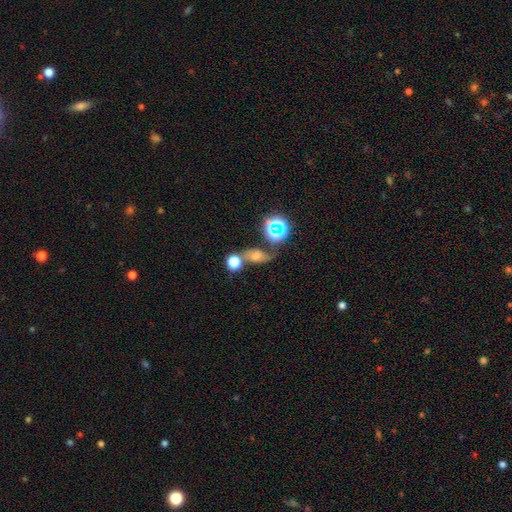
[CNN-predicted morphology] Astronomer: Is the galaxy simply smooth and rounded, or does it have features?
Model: smooth — 39% (runner-up: star or artifact, 32%).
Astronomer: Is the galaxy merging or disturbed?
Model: none — 51%.